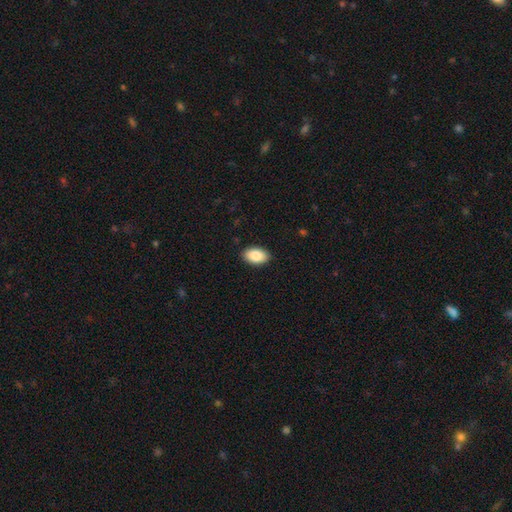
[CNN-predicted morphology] Smooth or featured? smooth (87%)
How rounded? in between (93%)
Merging? none (90%)